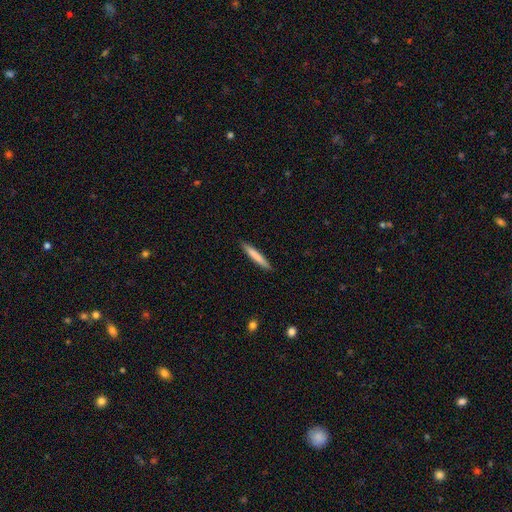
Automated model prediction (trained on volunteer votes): A smooth galaxy with no disk features (79%) that is cigar-shaped (95%). Merging: none (91%).